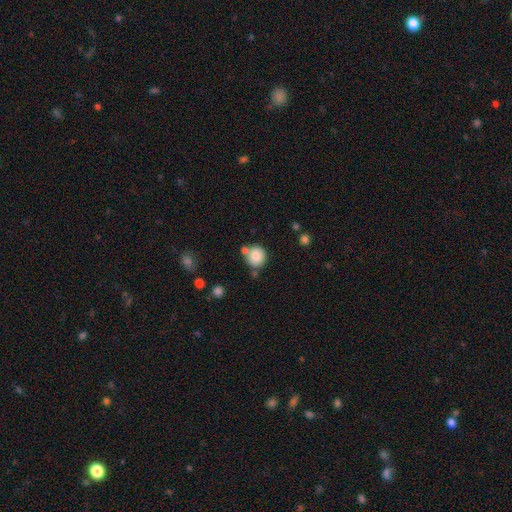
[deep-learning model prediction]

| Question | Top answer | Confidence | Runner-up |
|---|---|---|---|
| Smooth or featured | smooth | 83% | star or artifact (9%) |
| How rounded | round | 89% | in between (10%) |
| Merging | none | 66% | merger (17%) |